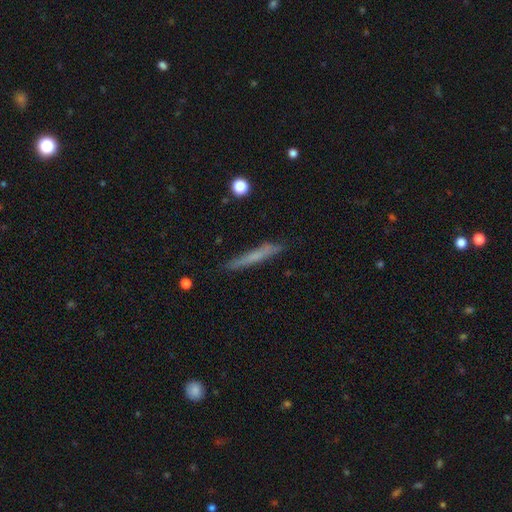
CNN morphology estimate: A smooth galaxy with no disk features (57%) that is cigar-shaped (96%).

Vote fractions:
- Smooth or featured? smooth: 57% / featured or disk: 36% / star or artifact: 7%
- How rounded? cigar-shaped: 96% / in between: 3% / round: 2%
- Merging? none: 87% / minor disturbance: 10% / major disturbance: 2% / merger: 1%